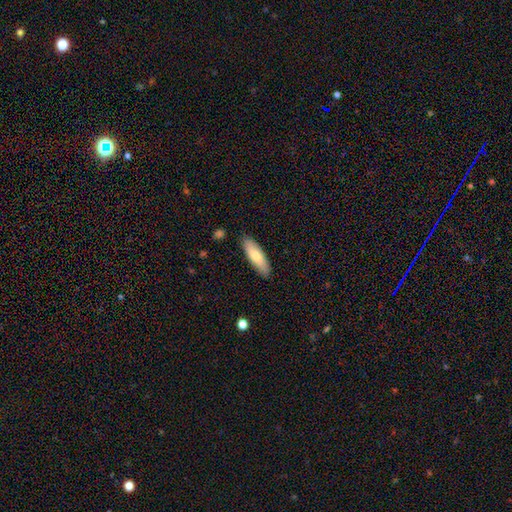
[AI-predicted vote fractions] A smooth galaxy with no disk features (71%) that is in between round and cigar-shaped (50%).

Vote fractions:
- Smooth or featured? smooth: 71% / featured or disk: 23% / star or artifact: 6%
- How rounded? in between: 50% / cigar-shaped: 48% / round: 2%
- Merging? none: 88% / minor disturbance: 9% / major disturbance: 2% / merger: 1%